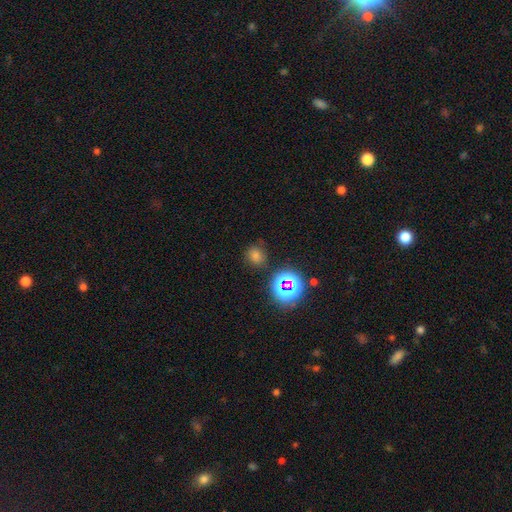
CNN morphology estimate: smooth-or-featured: smooth: 58% | star or artifact: 35% | featured or disk: 7%
  how-rounded: round: 86% | in between: 13% | cigar-shaped: 1%
  merging: none: 83% | minor disturbance: 10% | major disturbance: 3% | merger: 3%